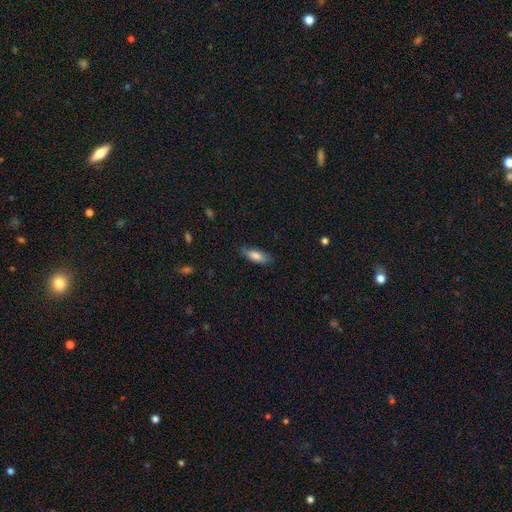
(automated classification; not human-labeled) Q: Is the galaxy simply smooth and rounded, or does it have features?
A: smooth — 81%.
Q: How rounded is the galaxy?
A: in between — 71%.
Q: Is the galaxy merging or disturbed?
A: none — 77%.